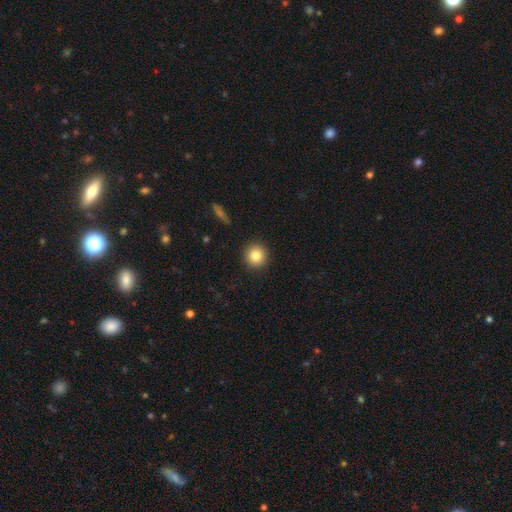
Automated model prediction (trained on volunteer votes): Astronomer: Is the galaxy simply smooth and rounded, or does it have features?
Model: smooth — 83%.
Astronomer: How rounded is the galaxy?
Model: round — 94%.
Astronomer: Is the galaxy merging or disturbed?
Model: none — 92%.